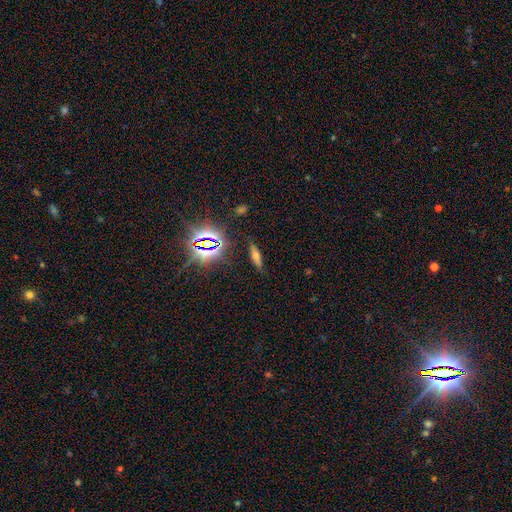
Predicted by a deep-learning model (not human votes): Smooth or featured: smooth — 48% (featured or disk — 26%)
Merging: none — 85% (minor disturbance — 10%)